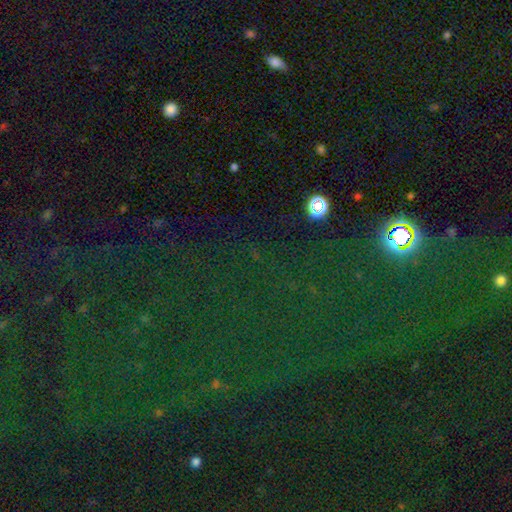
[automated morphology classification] smooth-or-featured: star or artifact: 81% | smooth: 11% | featured or disk: 8%